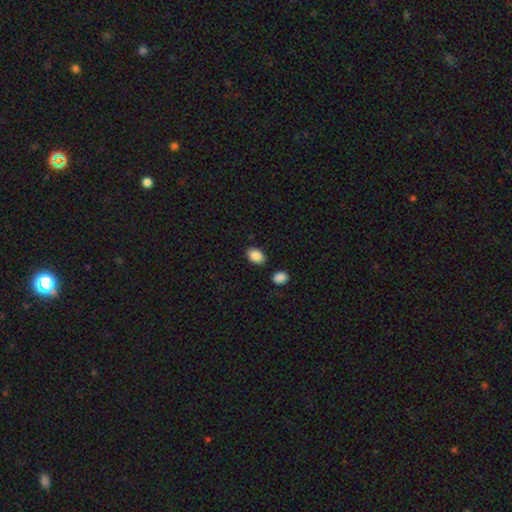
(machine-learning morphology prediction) smooth-or-featured: smooth: 88% | star or artifact: 8% | featured or disk: 4%
  how-rounded: in between: 82% | round: 17% | cigar-shaped: 1%
  merging: none: 84% | minor disturbance: 10% | merger: 4% | major disturbance: 2%